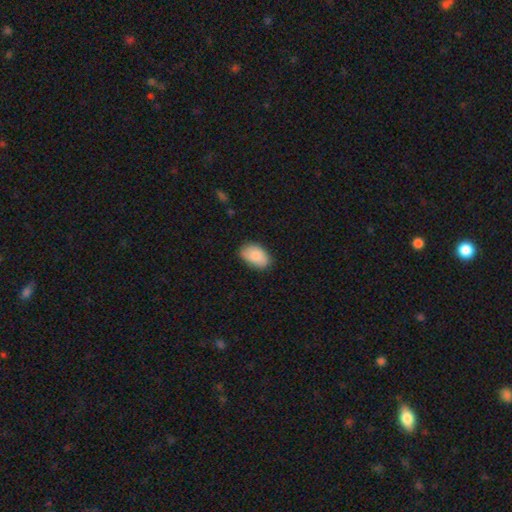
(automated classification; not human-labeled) Overall: smooth (87%). How rounded: in between (92%). Merging: none (76%).